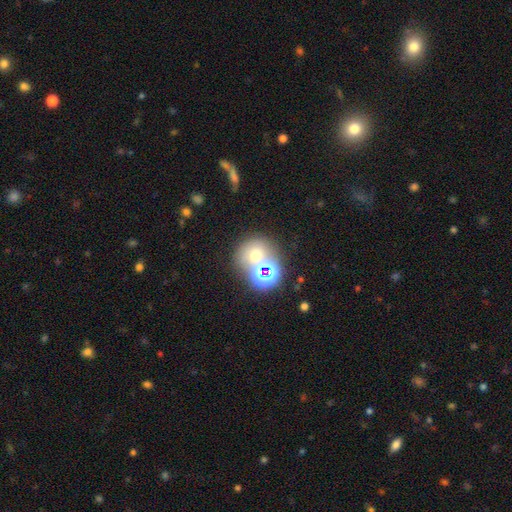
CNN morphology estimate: smooth_or_featured: smooth (p=0.52) [alt: star or artifact p=0.31]
how_rounded: round (p=0.76) [alt: in between p=0.23]
merging: none (p=0.50) [alt: merger p=0.34]